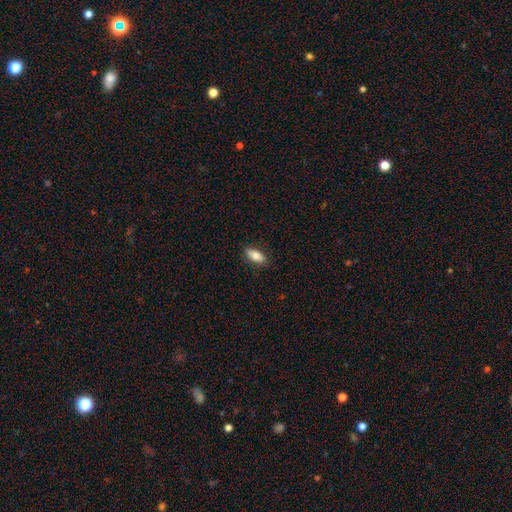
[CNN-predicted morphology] Smooth or featured: smooth — 78% (featured or disk — 16%)
How rounded: in between — 82% (cigar-shaped — 15%)
Merging: none — 85% (minor disturbance — 12%)